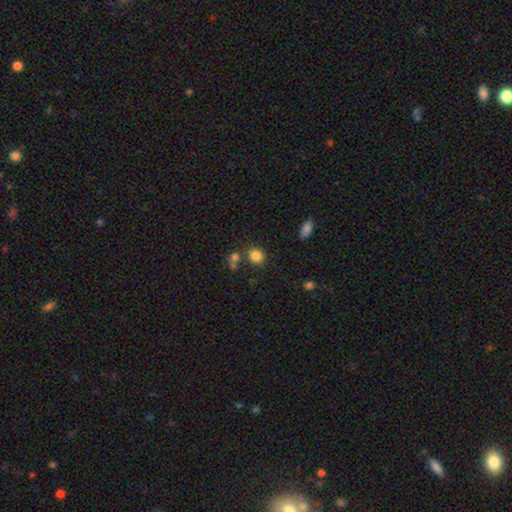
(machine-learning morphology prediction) Overall: smooth (83%). How rounded: round (79%). Merging: none (74%).